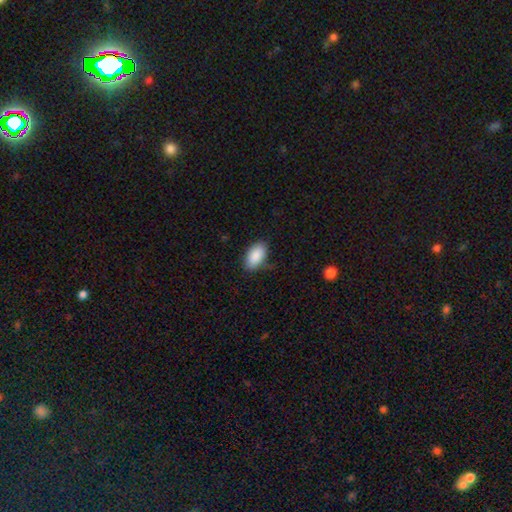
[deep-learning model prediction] smooth 90%, star or artifact 6%, featured or disk 4%. Down the decision tree: how rounded — in between (95%); merging — none (81%).